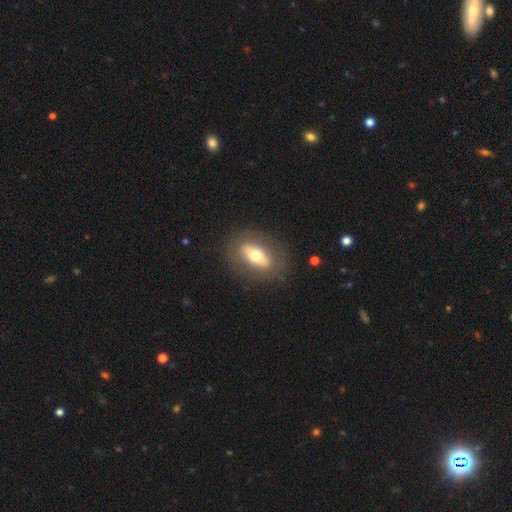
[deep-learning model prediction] Smooth or featured?
  - smooth: 52% *
  - featured or disk: 41%
  - star or artifact: 7%
How rounded?
  - in between: 78% *
  - round: 11%
  - cigar-shaped: 11%
Merging?
  - none: 83% *
  - minor disturbance: 11%
  - major disturbance: 5%
  - merger: 1%